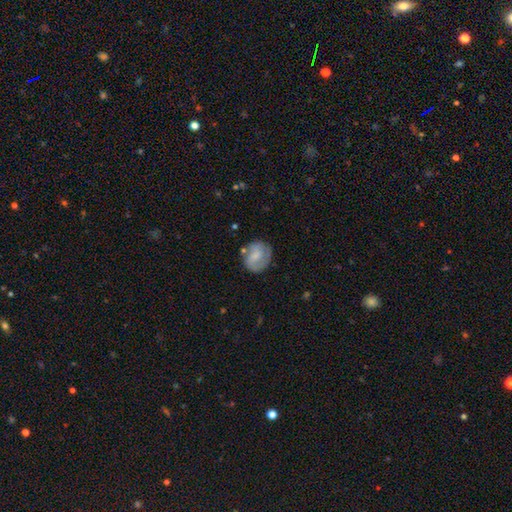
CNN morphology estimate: smooth 50%, featured or disk 43%, star or artifact 7%. Down the decision tree: merging — none (66%).